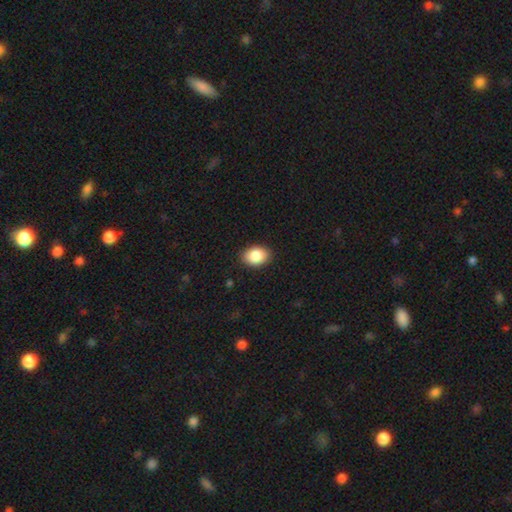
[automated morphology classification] This appears to be a smooth galaxy with no disk features (88%) that is in between round and cigar-shaped (76%). Merging: none (89%).